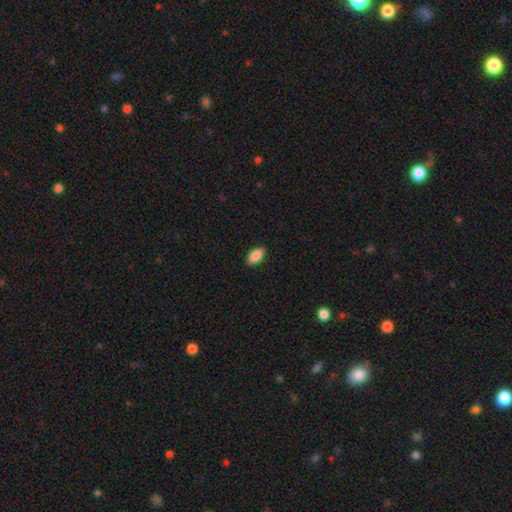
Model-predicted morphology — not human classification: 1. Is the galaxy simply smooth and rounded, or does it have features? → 88% smooth, 7% star or artifact, 6% featured or disk.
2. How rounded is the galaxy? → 93% in between, 4% cigar-shaped, 3% round.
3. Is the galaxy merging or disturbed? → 89% none, 8% minor disturbance, 2% major disturbance, 1% merger.